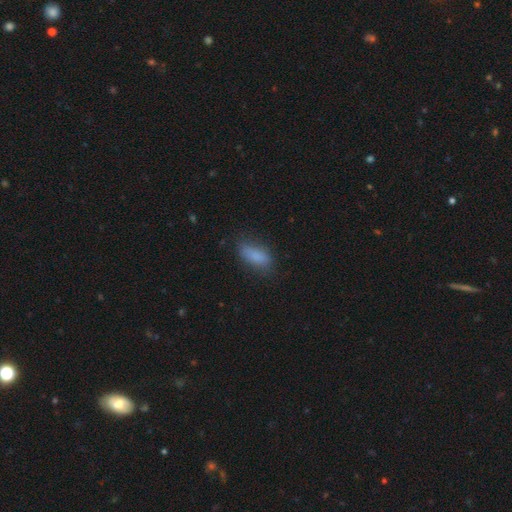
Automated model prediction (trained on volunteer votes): A smooth galaxy with no disk features (80%) that is in between round and cigar-shaped (75%). Merging: none (67%).